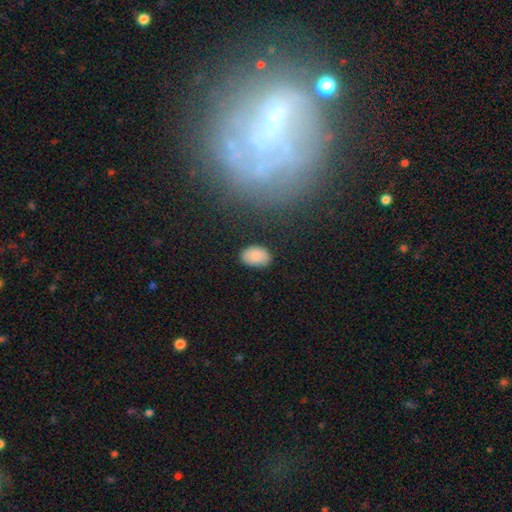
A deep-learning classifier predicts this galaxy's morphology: This appears to be a smooth galaxy with no disk features (85%) that is in between round and cigar-shaped (88%). Merging: none (77%).